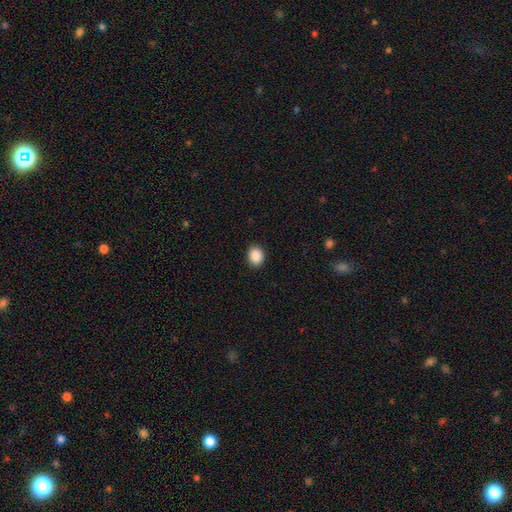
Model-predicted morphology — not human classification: smooth 89%, star or artifact 8%, featured or disk 3%. Down the decision tree: how rounded — round (55%); merging — none (90%).